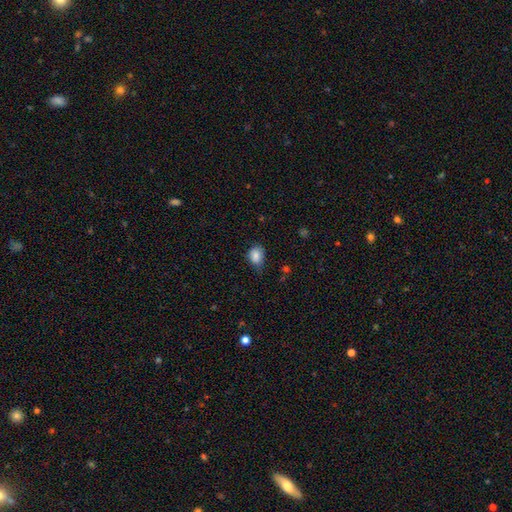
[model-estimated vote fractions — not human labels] The model was most divided on "how rounded": in between: 60%, round: 39%, cigar-shaped: 1%. More confident: smooth or featured — smooth (85%); merging — none (57%).